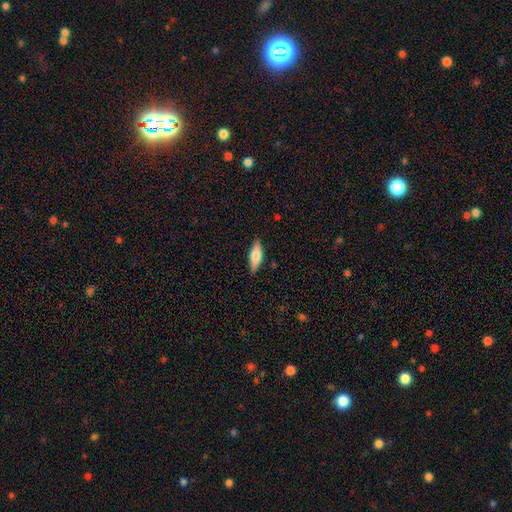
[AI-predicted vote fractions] Morphology: type=smooth (63%); roundness=in between (49%); merging=none (86%).